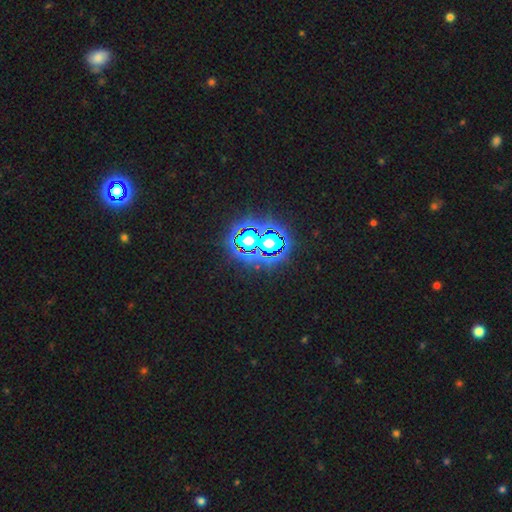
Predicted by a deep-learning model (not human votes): smooth_or_featured: star or artifact (p=0.80) [alt: smooth p=0.12]